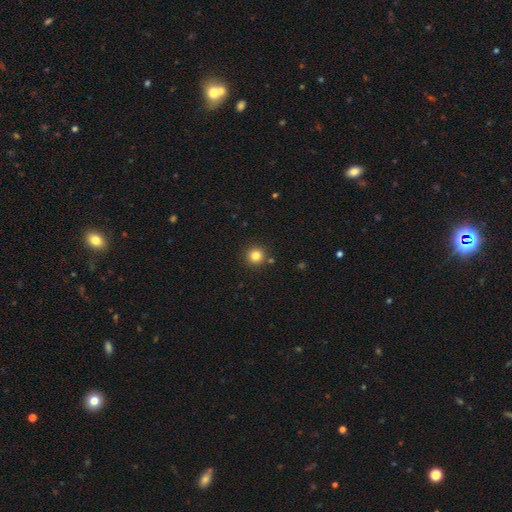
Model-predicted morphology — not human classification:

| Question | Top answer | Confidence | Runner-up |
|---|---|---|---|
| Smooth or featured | smooth | 82% | star or artifact (12%) |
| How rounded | round | 95% | in between (4%) |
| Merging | none | 87% | minor disturbance (6%) |